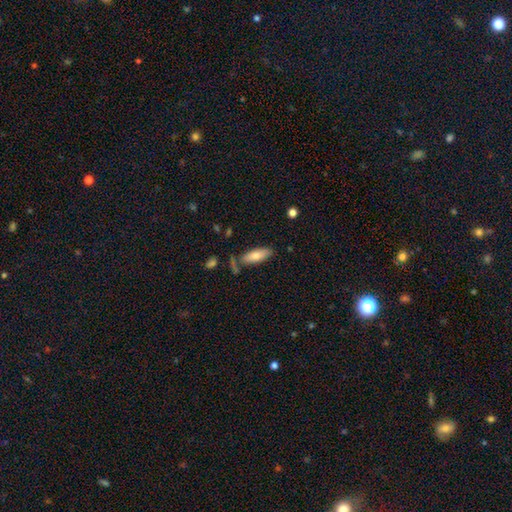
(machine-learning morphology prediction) smooth_or_featured: smooth (p=0.76) [alt: featured or disk p=0.18]
how_rounded: in between (p=0.64) [alt: cigar-shaped p=0.34]
merging: none (p=0.71) [alt: minor disturbance p=0.17]